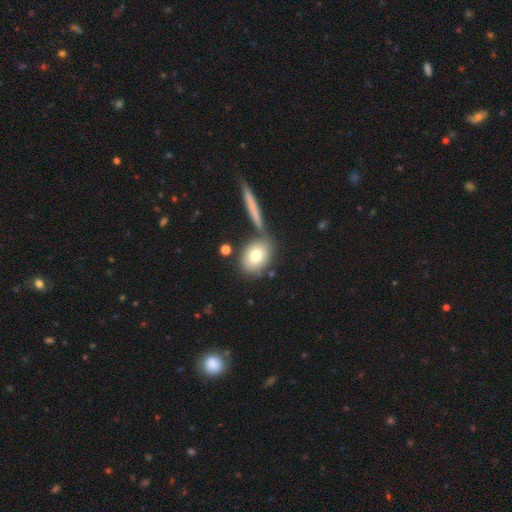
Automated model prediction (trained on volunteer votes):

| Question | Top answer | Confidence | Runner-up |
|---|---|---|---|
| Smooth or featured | smooth | 76% | featured or disk (16%) |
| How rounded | in between | 59% | round (37%) |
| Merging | none | 71% | merger (14%) |